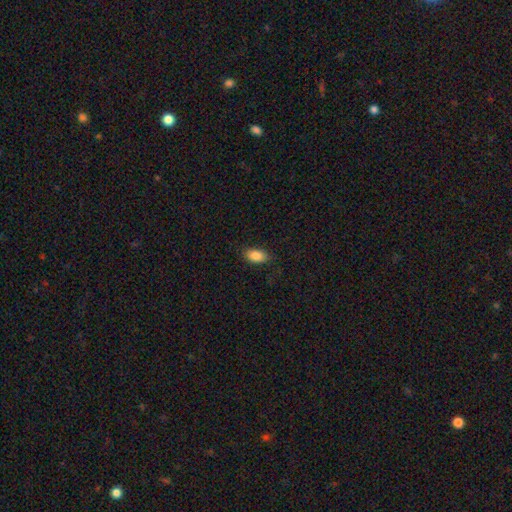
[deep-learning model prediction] smooth_or_featured: smooth (p=0.86) [alt: star or artifact p=0.08]
how_rounded: in between (p=0.91) [alt: round p=0.06]
merging: none (p=0.83) [alt: minor disturbance p=0.13]